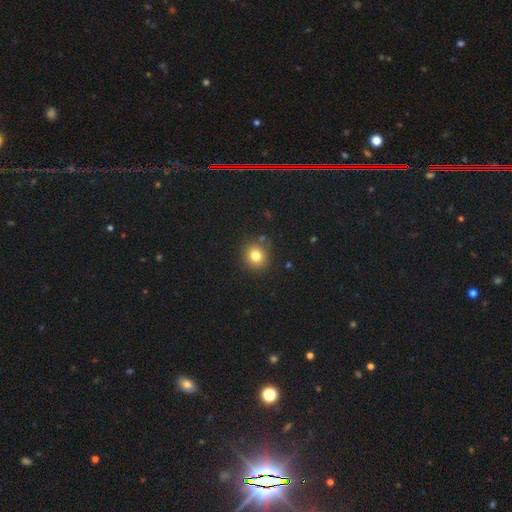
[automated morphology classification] type=smooth (80%); roundness=round (85%); merging=none (85%).